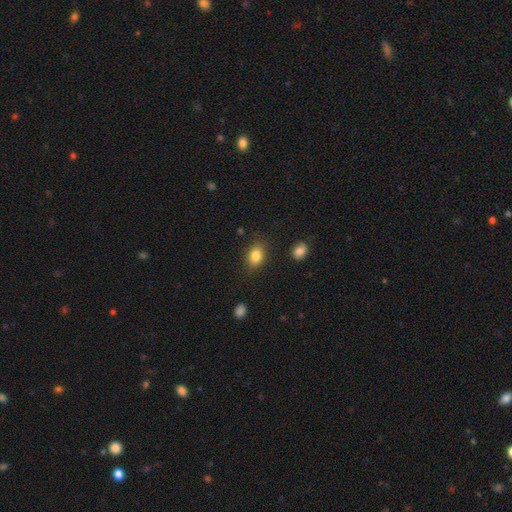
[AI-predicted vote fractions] A smooth galaxy with no disk features (84%) that is in between round and cigar-shaped (74%). Merging: none (83%).